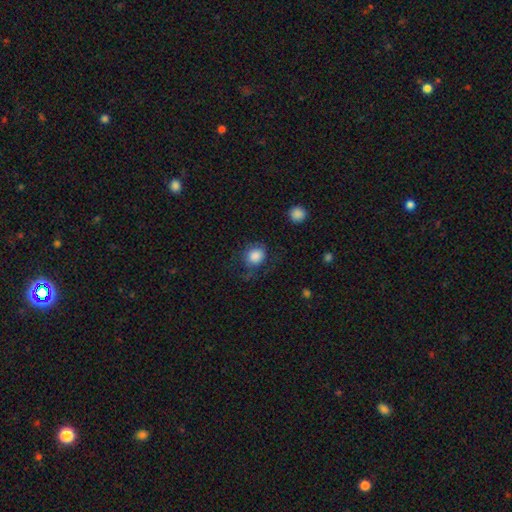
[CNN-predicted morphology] smooth-or-featured: smooth: 83% | featured or disk: 9% | star or artifact: 8%
  how-rounded: round: 71% | in between: 28% | cigar-shaped: 1%
  merging: none: 61% | minor disturbance: 21% | major disturbance: 16% | merger: 2%